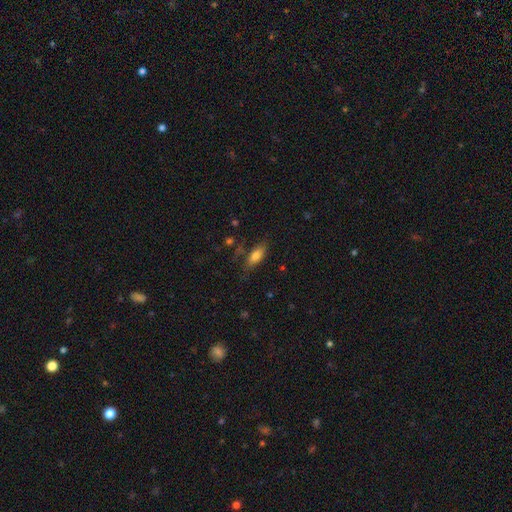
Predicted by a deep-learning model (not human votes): Smooth or featured?
  - smooth: 75% *
  - featured or disk: 17%
  - star or artifact: 8%
How rounded?
  - in between: 75% *
  - cigar-shaped: 22%
  - round: 3%
Merging?
  - none: 67% *
  - minor disturbance: 21%
  - major disturbance: 7%
  - merger: 4%